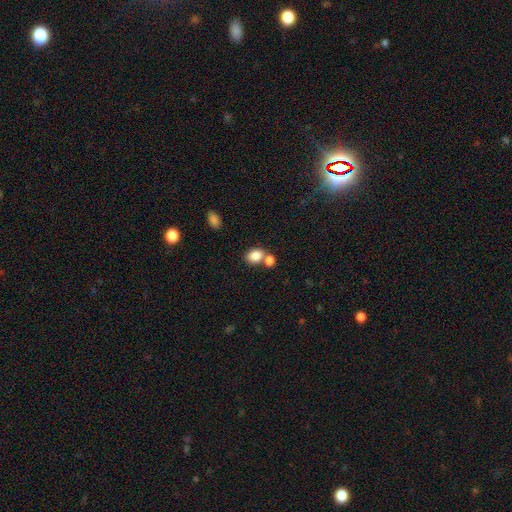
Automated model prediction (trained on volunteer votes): A smooth galaxy with no disk features (84%) that is in between round and cigar-shaped (62%). Merging: none (51%).